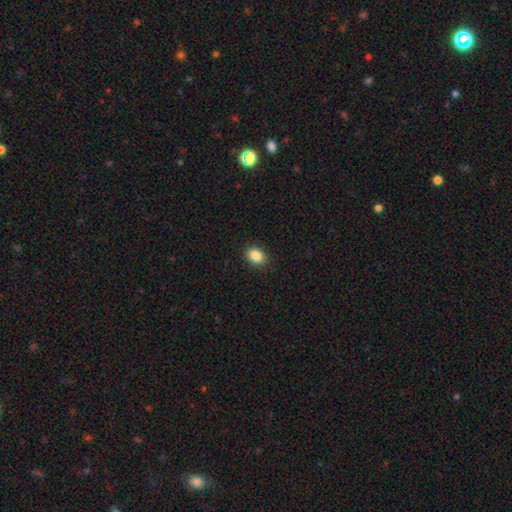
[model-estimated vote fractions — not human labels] A smooth galaxy with no disk features (87%) that is in between round and cigar-shaped (69%). Merging: none (90%).